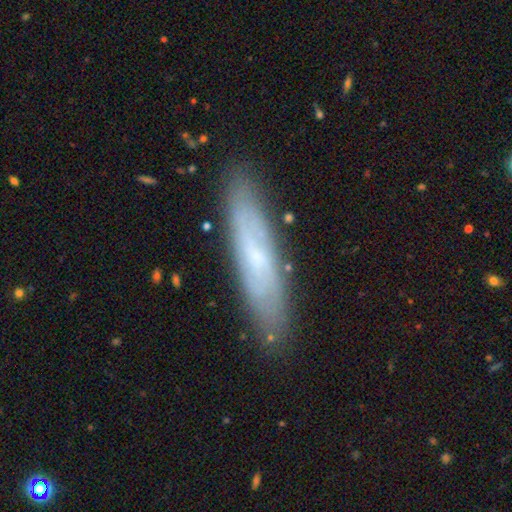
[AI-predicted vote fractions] Smooth or featured? featured or disk (49%)
Merging? none (85%)